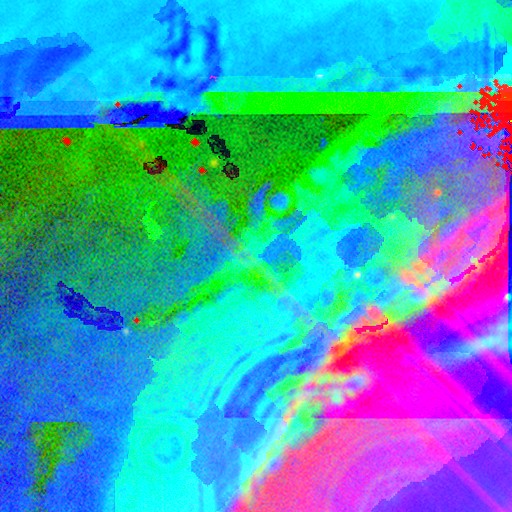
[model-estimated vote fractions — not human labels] Morphology: type=star or artifact (87%).